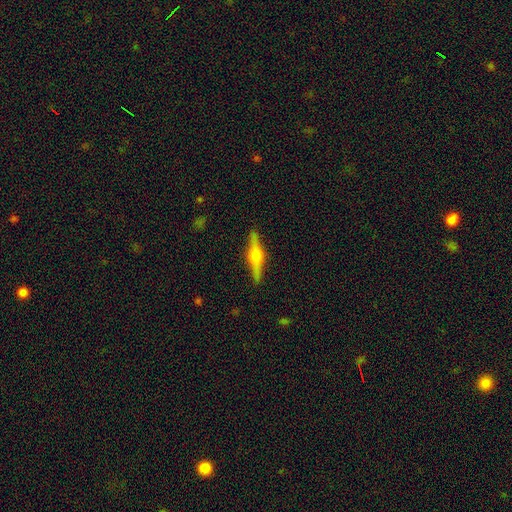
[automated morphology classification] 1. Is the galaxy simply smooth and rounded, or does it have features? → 74% featured or disk, 20% smooth, 6% star or artifact.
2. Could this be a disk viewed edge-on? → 98% yes, 2% no.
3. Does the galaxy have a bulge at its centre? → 89% rounded, 8% boxy, 2% none.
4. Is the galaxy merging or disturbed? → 90% none, 7% minor disturbance, 2% major disturbance, 1% merger.